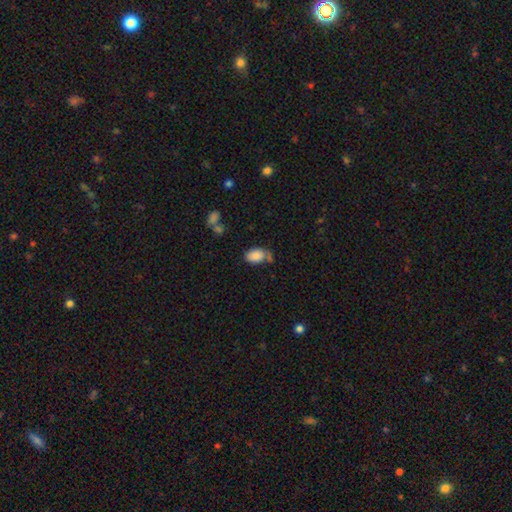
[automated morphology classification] Smooth or featured? smooth (85%)
How rounded? in between (87%)
Merging? none (53%)